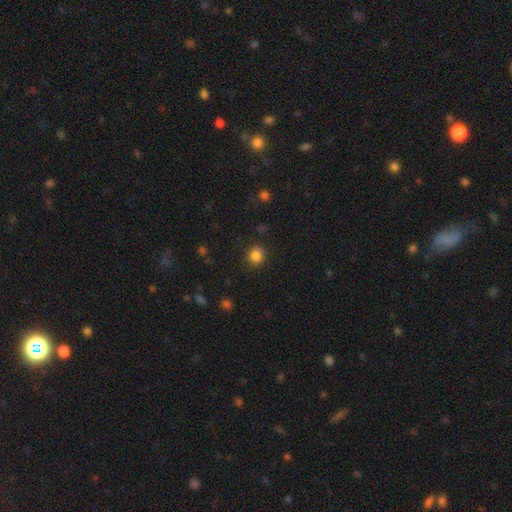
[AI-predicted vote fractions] smooth 84%, star or artifact 11%, featured or disk 5%. Down the decision tree: how rounded — round (82%); merging — none (87%).